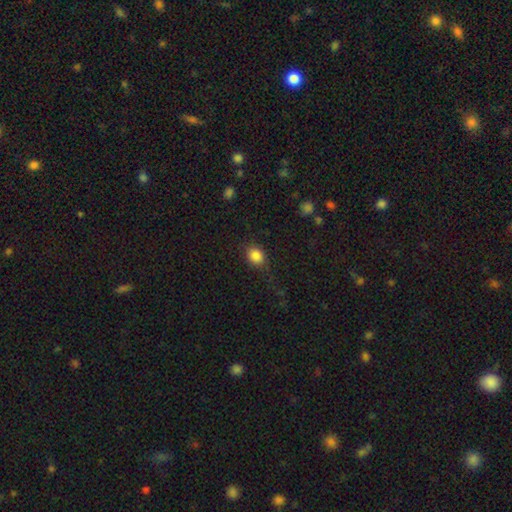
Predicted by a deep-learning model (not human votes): Smooth or featured: smooth — 85% (star or artifact — 10%)
How rounded: round — 58% (in between — 40%)
Merging: none — 75% (minor disturbance — 17%)